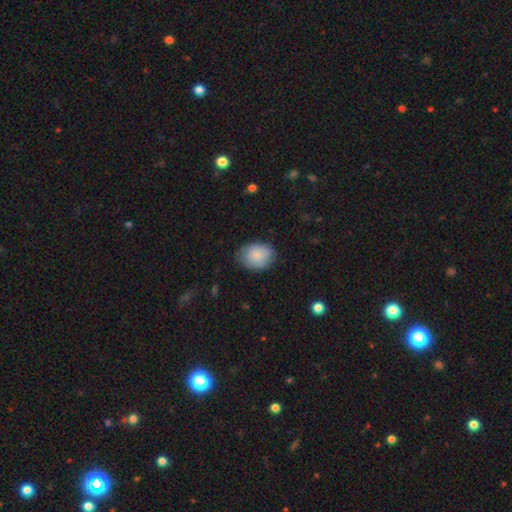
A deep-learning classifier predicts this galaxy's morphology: Smooth or featured: smooth — 86% (featured or disk — 8%)
How rounded: in between — 68% (round — 31%)
Merging: none — 72% (minor disturbance — 22%)